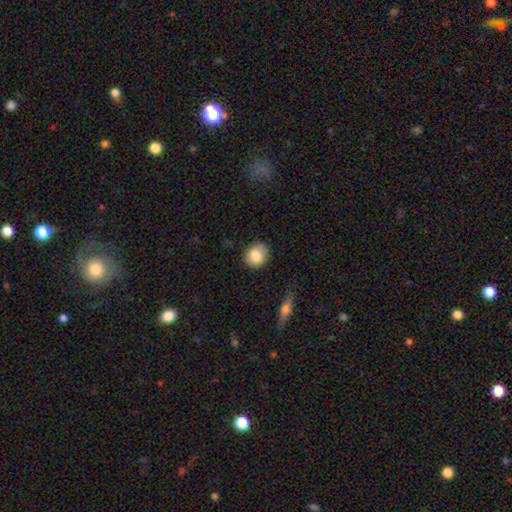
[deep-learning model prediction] A smooth galaxy with no disk features (83%) that is round (80%). Merging: none (83%).